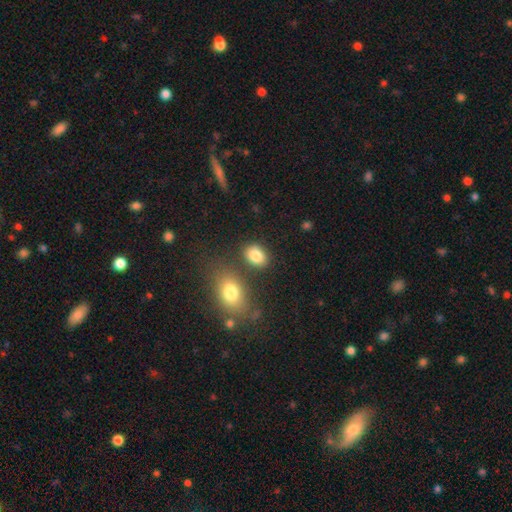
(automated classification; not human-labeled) Overall: smooth (84%). How rounded: in between (73%). Merging: none (75%).